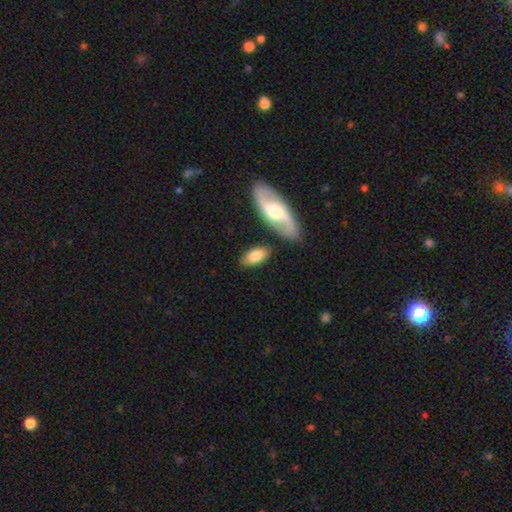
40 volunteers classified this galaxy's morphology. type=smooth (78%); roundness=in between (87%); merging=none (69%).